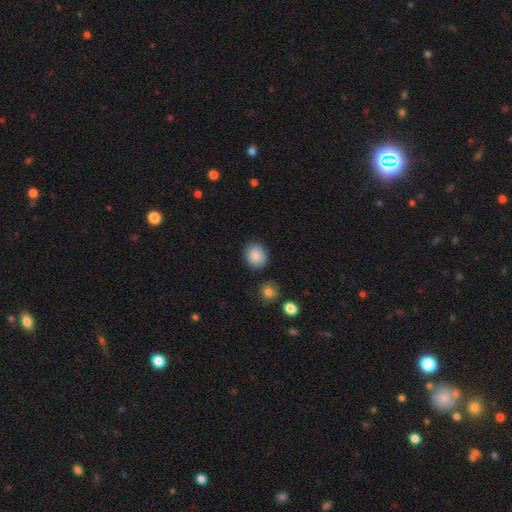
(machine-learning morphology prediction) A smooth galaxy with no disk features (88%) that is round (77%).

Vote fractions:
- Smooth or featured? smooth: 88% / star or artifact: 8% / featured or disk: 4%
- How rounded? round: 77% / in between: 22% / cigar-shaped: 1%
- Merging? none: 86% / minor disturbance: 10% / major disturbance: 3% / merger: 2%